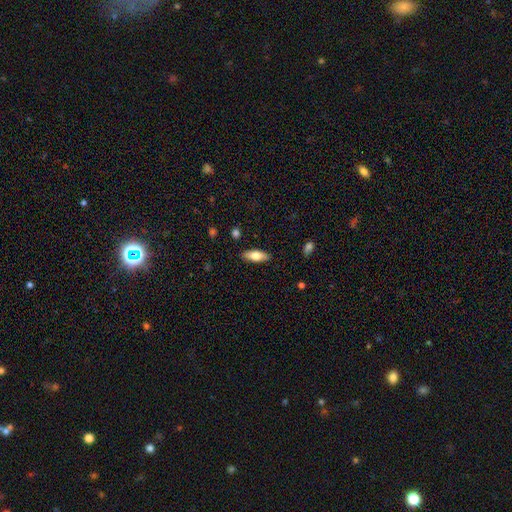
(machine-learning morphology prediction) A smooth galaxy with no disk features (70%) that is in between round and cigar-shaped (69%). Merging: none (88%).